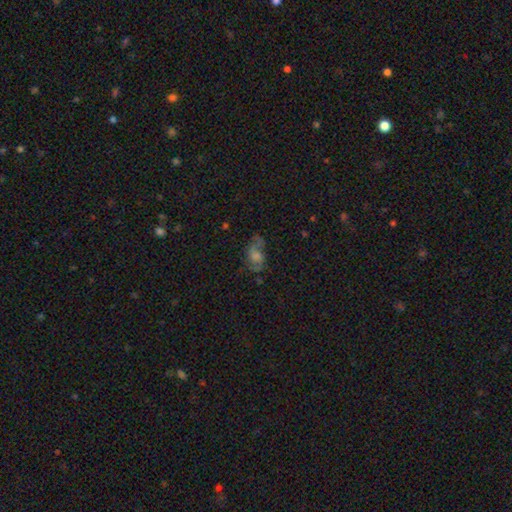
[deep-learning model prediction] Smooth or featured: featured or disk — 45% (smooth — 33%)
Merging: none — 59% (minor disturbance — 21%)